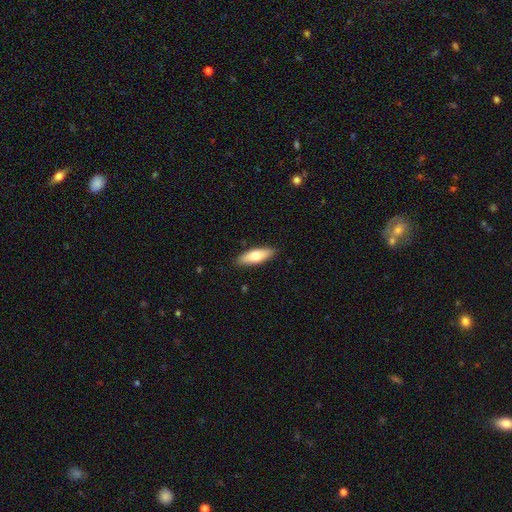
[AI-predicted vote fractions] Smooth or featured?
  - smooth: 69% *
  - featured or disk: 26%
  - star or artifact: 6%
How rounded?
  - in between: 61% *
  - cigar-shaped: 37%
  - round: 2%
Merging?
  - none: 88% *
  - minor disturbance: 9%
  - major disturbance: 2%
  - merger: 1%